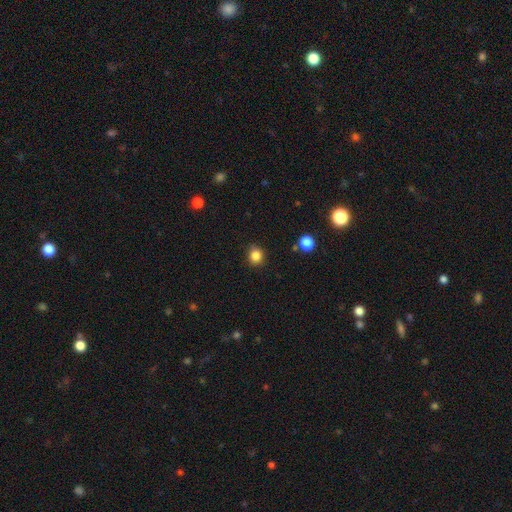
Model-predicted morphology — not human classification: Smooth or featured?
  - smooth: 84% *
  - star or artifact: 12%
  - featured or disk: 4%
How rounded?
  - round: 87% *
  - in between: 12%
  - cigar-shaped: 1%
Merging?
  - none: 82% *
  - minor disturbance: 13%
  - major disturbance: 3%
  - merger: 2%